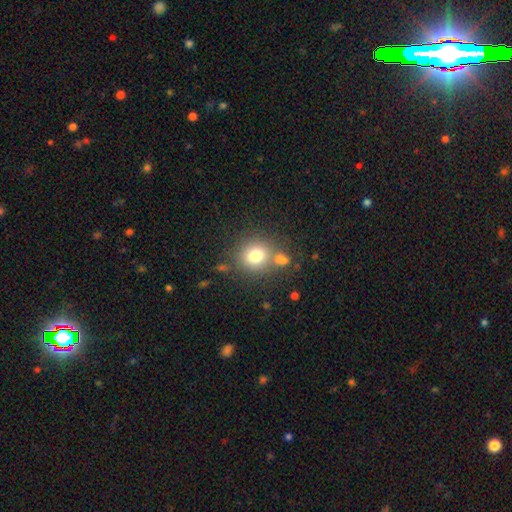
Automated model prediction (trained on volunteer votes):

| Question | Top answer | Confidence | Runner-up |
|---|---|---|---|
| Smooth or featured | smooth | 76% | star or artifact (12%) |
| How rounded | round | 82% | in between (17%) |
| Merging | none | 68% | merger (16%) |